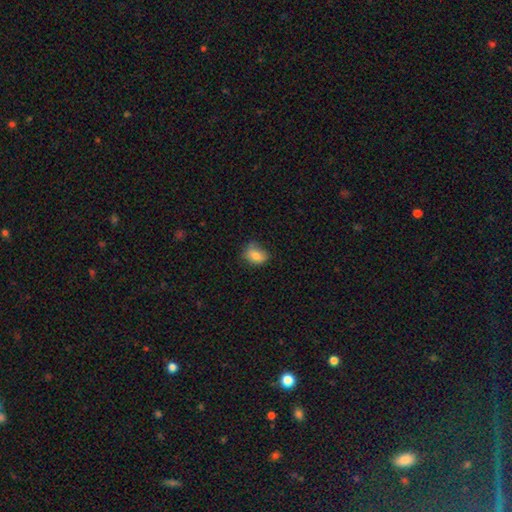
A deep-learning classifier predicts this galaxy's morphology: A smooth galaxy with no disk features (80%) that is in between round and cigar-shaped (64%).

Vote fractions:
- Smooth or featured? smooth: 80% / featured or disk: 10% / star or artifact: 9%
- How rounded? in between: 64% / round: 34% / cigar-shaped: 1%
- Merging? none: 54% / minor disturbance: 35% / major disturbance: 10% / merger: 2%